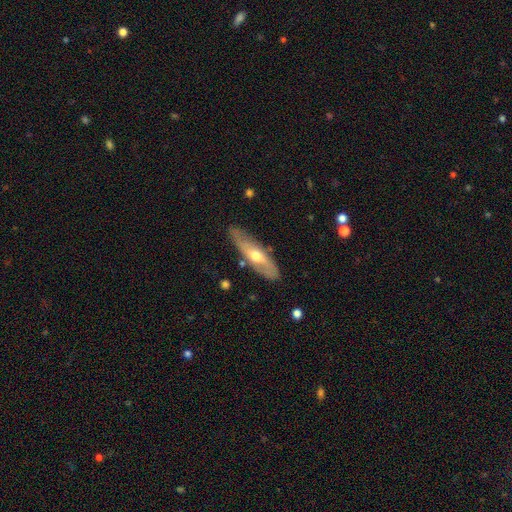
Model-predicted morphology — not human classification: Smooth or featured?
  - featured or disk: 56% *
  - smooth: 39%
  - star or artifact: 5%
Edge-on disk?
  - no: 59% *
  - yes: 41%
Merging?
  - none: 75% *
  - minor disturbance: 18%
  - major disturbance: 4%
  - merger: 3%